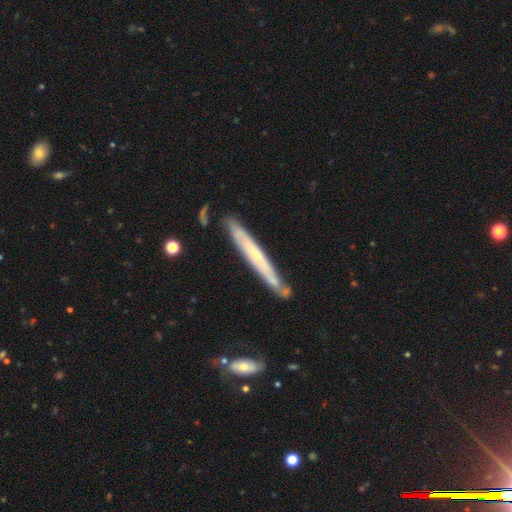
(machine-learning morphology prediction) featured or disk 60%, smooth 34%, star or artifact 6%. Down the decision tree: edge-on disk — yes (86%); edge-on bulge — none (57%); merging — none (77%).